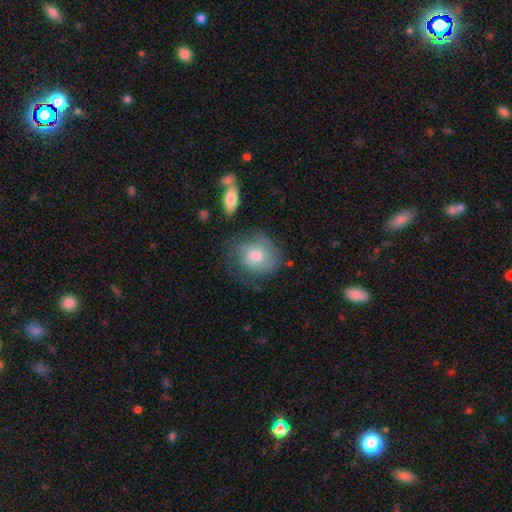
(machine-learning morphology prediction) Smooth or featured? Predicted: smooth (p=0.52). How rounded? Predicted: round (p=0.74). Merging? Predicted: none (p=0.59).